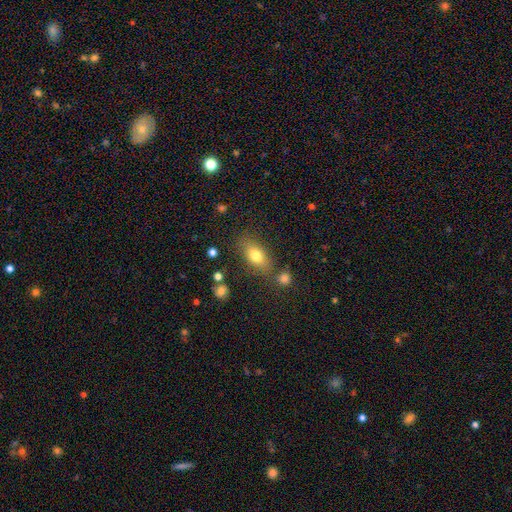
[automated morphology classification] The model was most divided on "smooth or featured": smooth: 75%, featured or disk: 15%, star or artifact: 10%. More confident: how rounded — in between (81%); merging — none (74%).